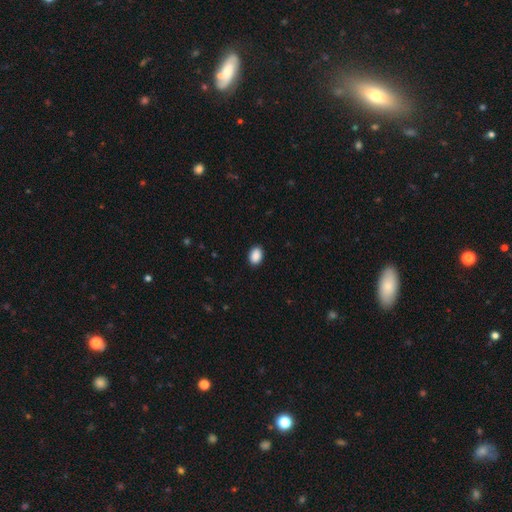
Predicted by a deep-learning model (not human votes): smooth_or_featured: smooth (p=0.90) [alt: star or artifact p=0.07]
how_rounded: in between (p=0.82) [alt: round p=0.17]
merging: none (p=0.90) [alt: minor disturbance p=0.07]